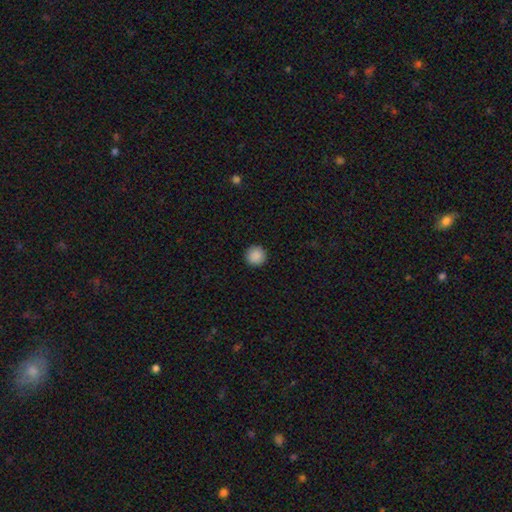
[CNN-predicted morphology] Smooth or featured: smooth — 89% (star or artifact — 8%)
How rounded: round — 96% (in between — 3%)
Merging: none — 93% (minor disturbance — 5%)